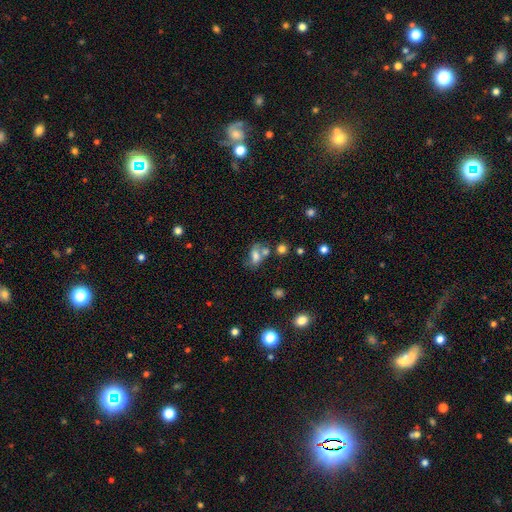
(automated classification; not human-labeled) smooth 61%, featured or disk 26%, star or artifact 14%. Down the decision tree: how rounded — in between (78%); merging — none (37%).